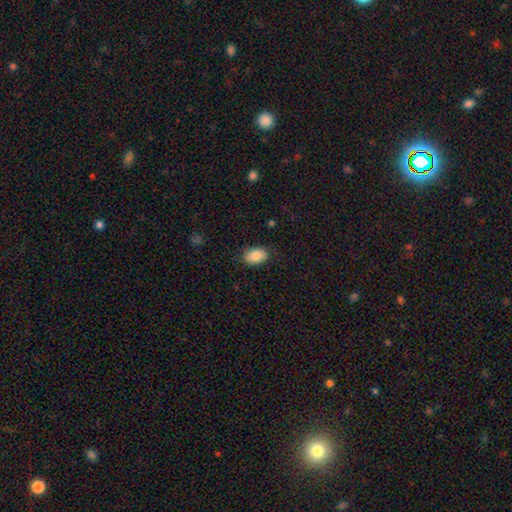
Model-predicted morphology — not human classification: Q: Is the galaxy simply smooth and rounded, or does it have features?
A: smooth — 83%.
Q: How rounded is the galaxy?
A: in between — 87%.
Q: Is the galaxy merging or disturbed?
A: none — 78%.